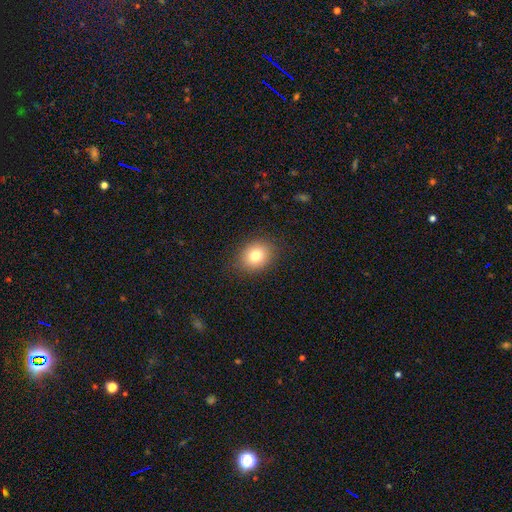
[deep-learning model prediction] Q: Smooth or featured?
A: smooth (79%); runner-up: star or artifact (11%)
Q: How rounded?
A: round (63%); runner-up: in between (37%)
Q: Merging?
A: none (88%); runner-up: minor disturbance (9%)